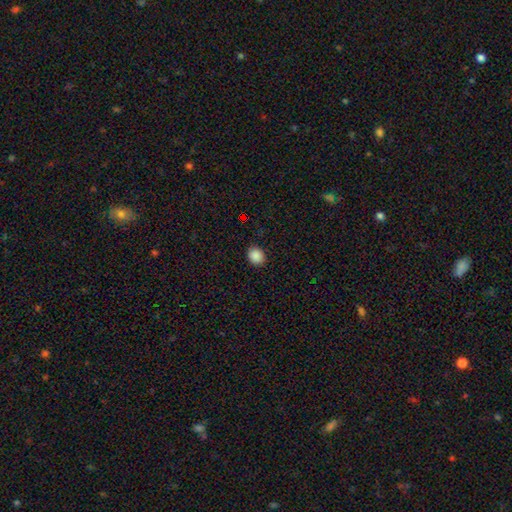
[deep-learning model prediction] Overall: smooth (88%). How rounded: round (63%; in between 36%). Merging: none (91%).